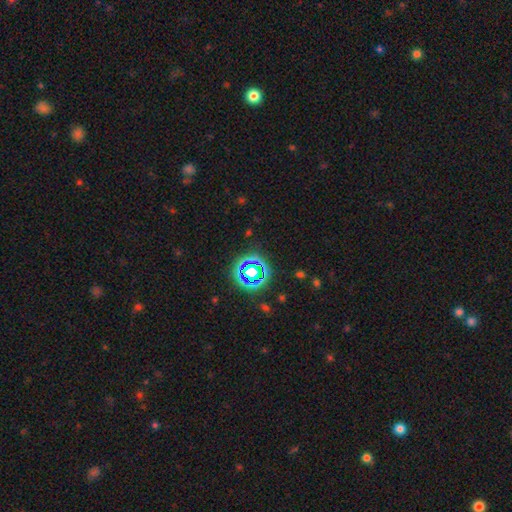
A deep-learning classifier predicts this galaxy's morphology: Smooth or featured?
  - star or artifact: 73% *
  - smooth: 20%
  - featured or disk: 7%